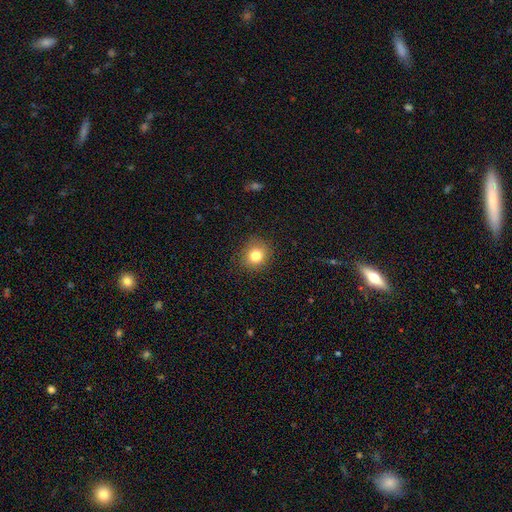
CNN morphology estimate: type=smooth (81%); roundness=round (81%); merging=none (87%).